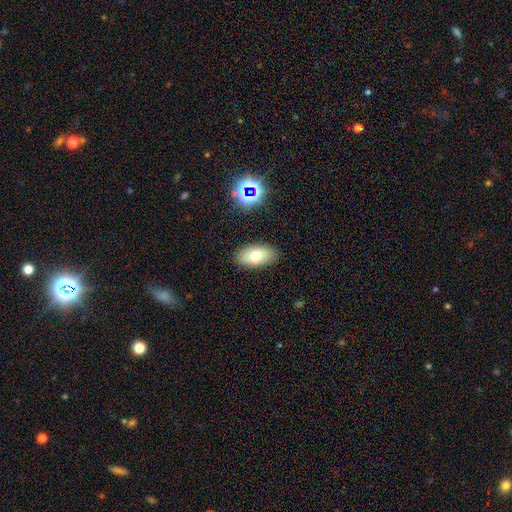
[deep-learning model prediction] Q: Smooth or featured?
A: smooth (72%); runner-up: featured or disk (17%)
Q: How rounded?
A: in between (92%); runner-up: round (4%)
Q: Merging?
A: none (87%); runner-up: minor disturbance (9%)